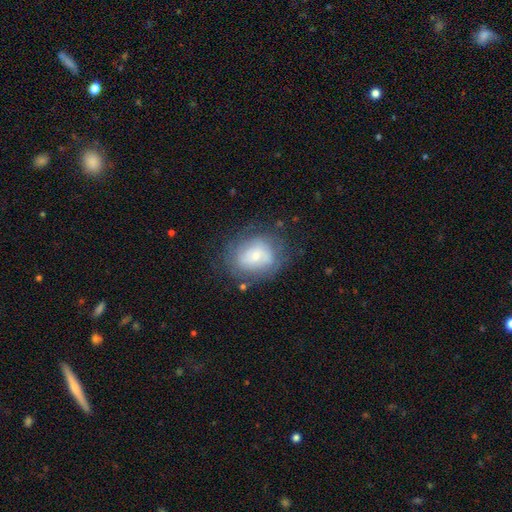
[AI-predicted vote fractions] The model was most divided on "smooth or featured": featured or disk: 48%, smooth: 44%, star or artifact: 9%. More confident: merging — none (65%).